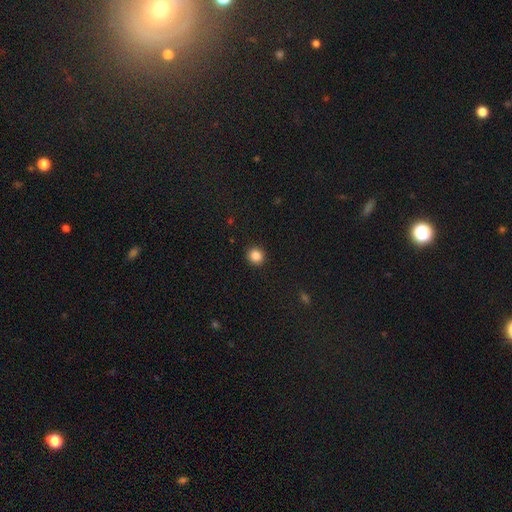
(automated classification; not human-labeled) Smooth or featured?
  - smooth: 86% *
  - star or artifact: 10%
  - featured or disk: 4%
How rounded?
  - round: 90% *
  - in between: 9%
  - cigar-shaped: 1%
Merging?
  - none: 92% *
  - minor disturbance: 5%
  - major disturbance: 2%
  - merger: 1%